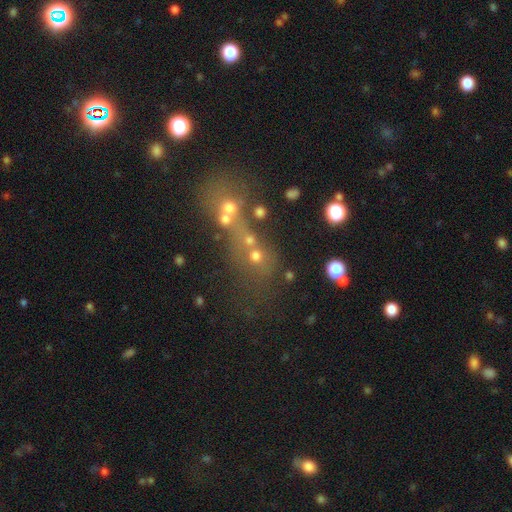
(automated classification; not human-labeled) A smooth galaxy with no disk features (45%).

Vote fractions:
- Smooth or featured? smooth: 45% / star or artifact: 31% / featured or disk: 24%
- Merging? merger: 47% / none: 32% / major disturbance: 12% / minor disturbance: 9%